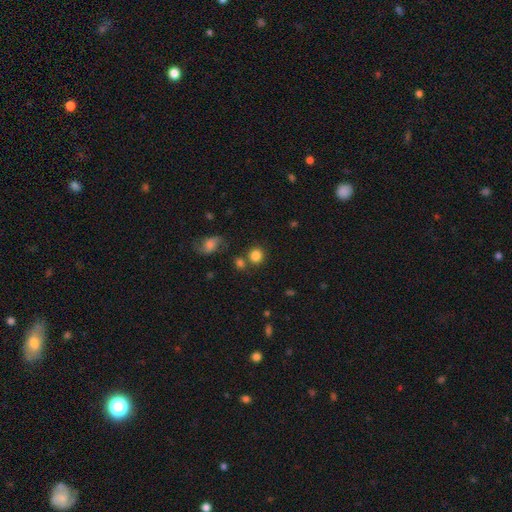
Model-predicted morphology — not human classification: Smooth or featured: smooth — 83% (star or artifact — 11%)
How rounded: round — 83% (in between — 16%)
Merging: none — 73% (merger — 13%)